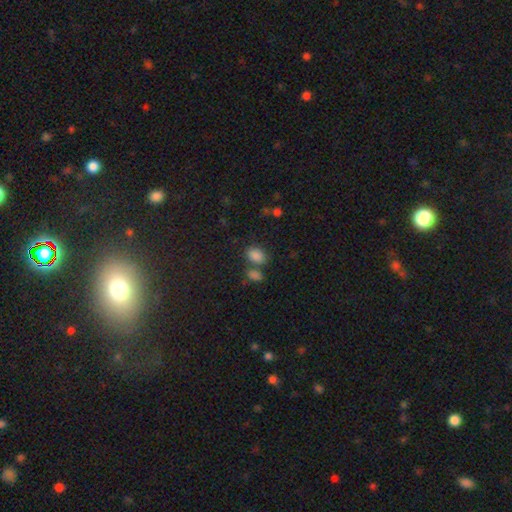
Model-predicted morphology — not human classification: This appears to be a smooth galaxy with no disk features (83%) that is in between round and cigar-shaped (79%). Merging: none (52%).